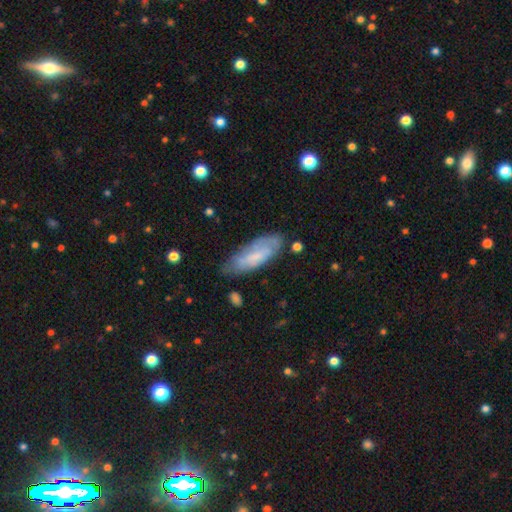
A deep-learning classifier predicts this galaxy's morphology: A smooth galaxy with no disk features (56%) that is in between round and cigar-shaped (58%).

Vote fractions:
- Smooth or featured? smooth: 56% / featured or disk: 37% / star or artifact: 7%
- How rounded? in between: 58% / cigar-shaped: 41% / round: 2%
- Merging? none: 67% / minor disturbance: 24% / major disturbance: 6% / merger: 3%